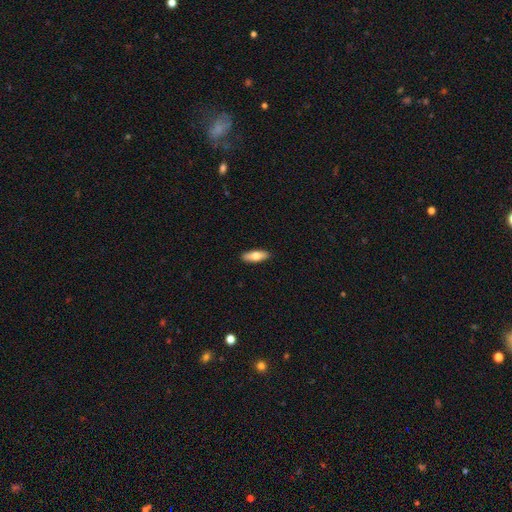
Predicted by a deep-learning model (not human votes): Q: Smooth or featured?
A: smooth (75%); runner-up: featured or disk (20%)
Q: How rounded?
A: in between (68%); runner-up: cigar-shaped (30%)
Q: Merging?
A: none (90%); runner-up: minor disturbance (7%)